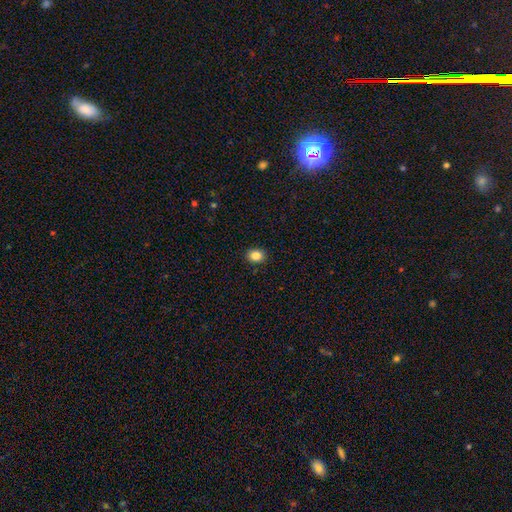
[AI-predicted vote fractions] smooth_or_featured: smooth (p=0.85) [alt: star or artifact p=0.10]
how_rounded: round (p=0.54) [alt: in between p=0.46]
merging: none (p=0.90) [alt: minor disturbance p=0.07]